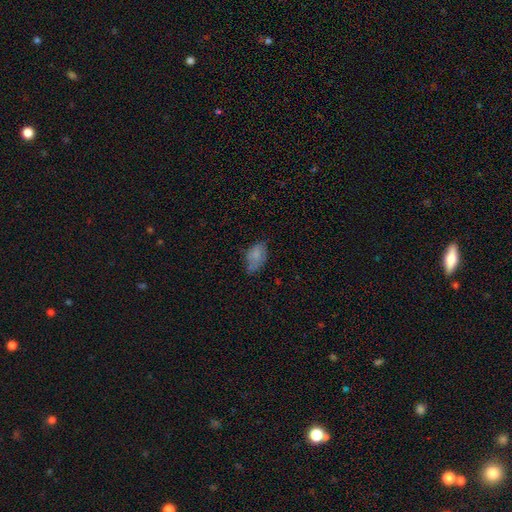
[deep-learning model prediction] Smooth or featured? smooth (77%)
How rounded? in between (91%)
Merging? none (55%)